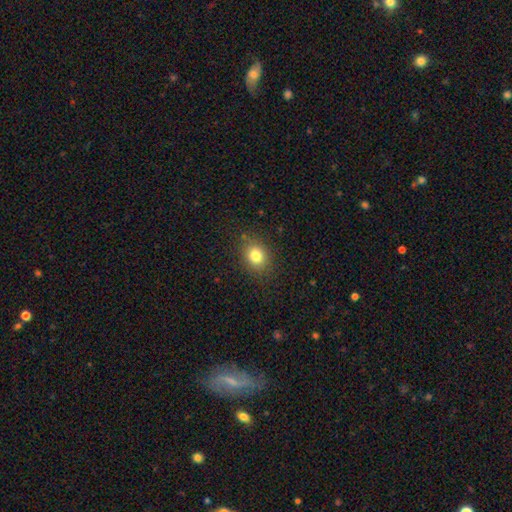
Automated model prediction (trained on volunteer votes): Smooth or featured? smooth (80%)
How rounded? round (60%)
Merging? none (85%)